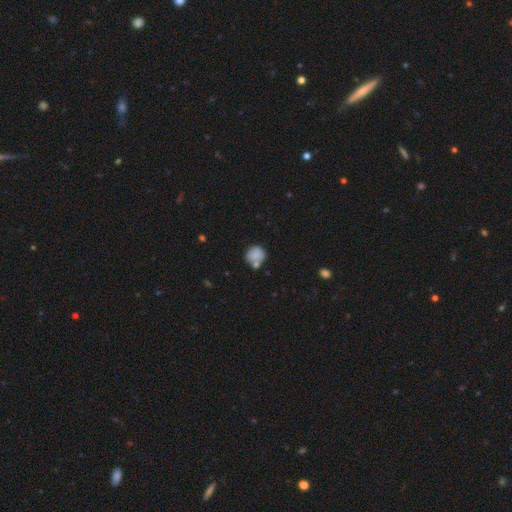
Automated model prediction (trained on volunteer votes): smooth_or_featured: smooth (p=0.79) [alt: featured or disk p=0.13]
how_rounded: round (p=0.82) [alt: in between p=0.17]
merging: none (p=0.54) [alt: merger p=0.21]